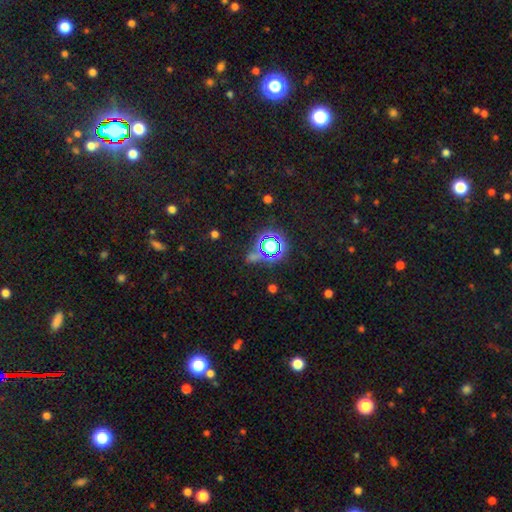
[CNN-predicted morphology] Smooth or featured?
  - star or artifact: 74% *
  - smooth: 18%
  - featured or disk: 8%